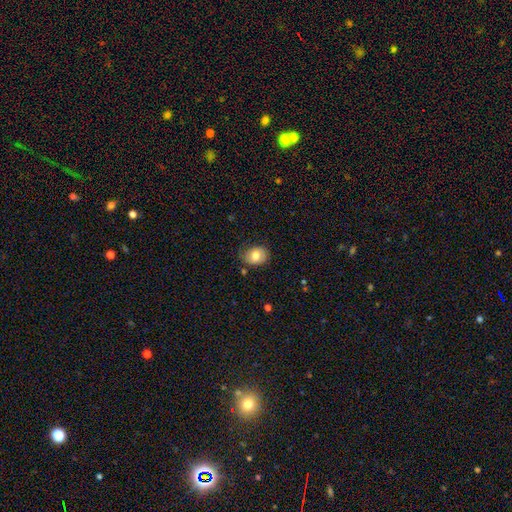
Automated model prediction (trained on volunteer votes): The model was most divided on "how rounded": in between: 51%, round: 48%, cigar-shaped: 1%. More confident: smooth or featured — smooth (73%); merging — none (72%).